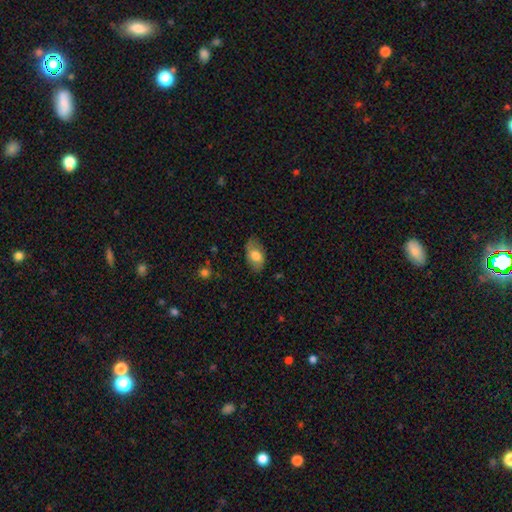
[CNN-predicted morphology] The model was most divided on "smooth or featured": smooth: 73%, featured or disk: 20%, star or artifact: 7%. More confident: how rounded — in between (92%); merging — none (76%).